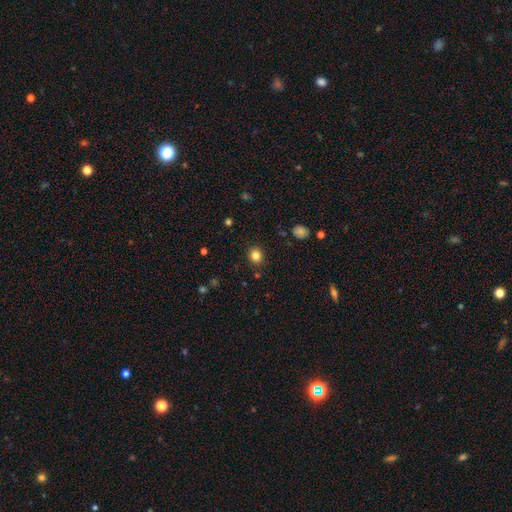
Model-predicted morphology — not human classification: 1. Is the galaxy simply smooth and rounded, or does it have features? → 83% smooth, 12% star or artifact, 5% featured or disk.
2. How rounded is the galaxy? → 79% round, 20% in between, 1% cigar-shaped.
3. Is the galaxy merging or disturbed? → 89% none, 7% minor disturbance, 2% major disturbance, 2% merger.